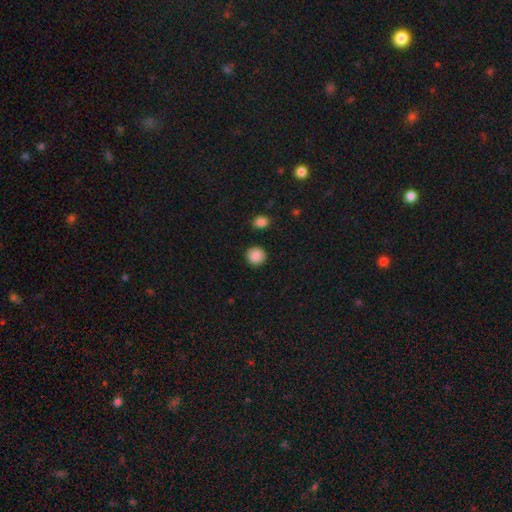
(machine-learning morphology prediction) This is clearly a smooth galaxy (88%). How rounded: clearly round (92%). Merging: clearly none (91%).